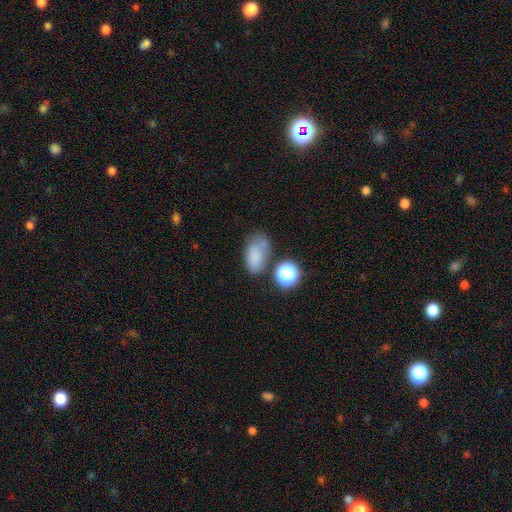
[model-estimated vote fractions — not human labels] The model was most divided on "merging": none: 50%, minor disturbance: 24%, merger: 15%, major disturbance: 12%. More confident: how rounded — in between (86%); smooth or featured — smooth (74%).